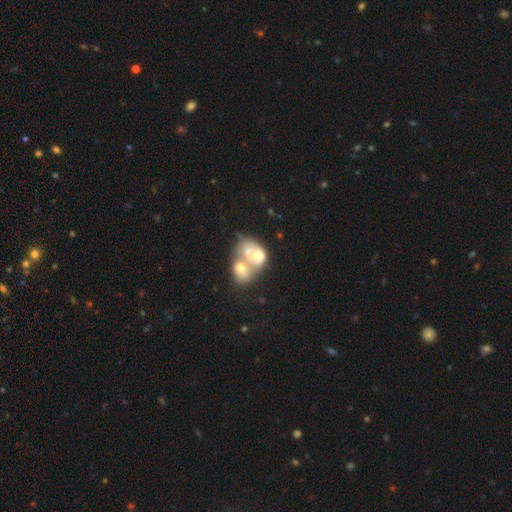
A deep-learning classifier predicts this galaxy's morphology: Q: Smooth or featured?
A: smooth (51%); runner-up: featured or disk (41%)
Q: How rounded?
A: in between (62%); runner-up: round (37%)
Q: Merging?
A: merger (81%); runner-up: none (8%)